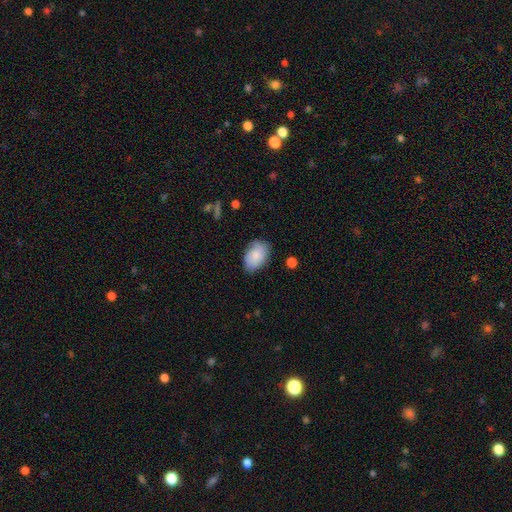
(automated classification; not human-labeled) smooth 82%, featured or disk 11%, star or artifact 7%. Down the decision tree: how rounded — in between (89%); merging — none (75%).